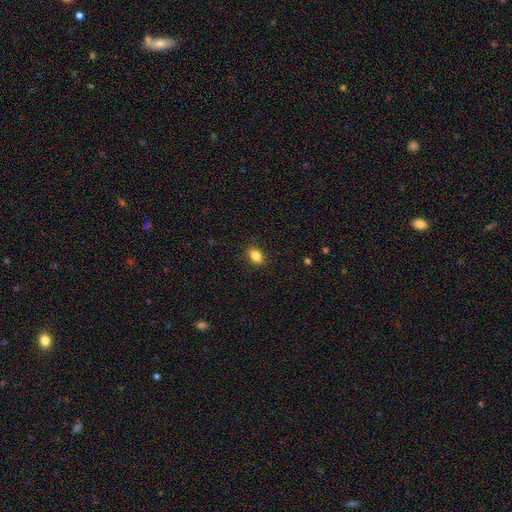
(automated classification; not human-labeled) smooth 85%, star or artifact 10%, featured or disk 5%. Down the decision tree: how rounded — in between (79%); merging — none (87%).